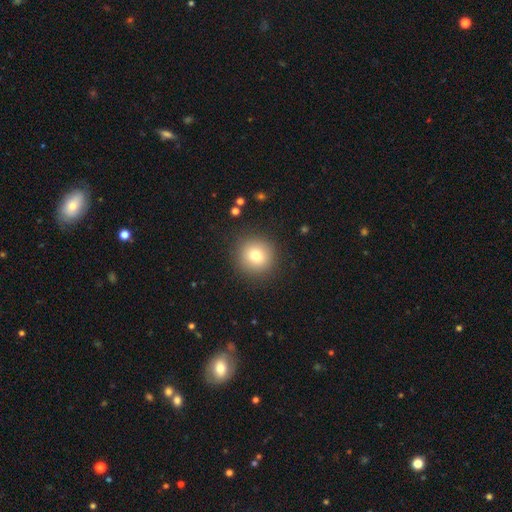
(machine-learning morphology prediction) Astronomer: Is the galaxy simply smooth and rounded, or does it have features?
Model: smooth — 78%.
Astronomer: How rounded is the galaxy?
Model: round — 93%.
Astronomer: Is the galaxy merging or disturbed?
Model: none — 89%.